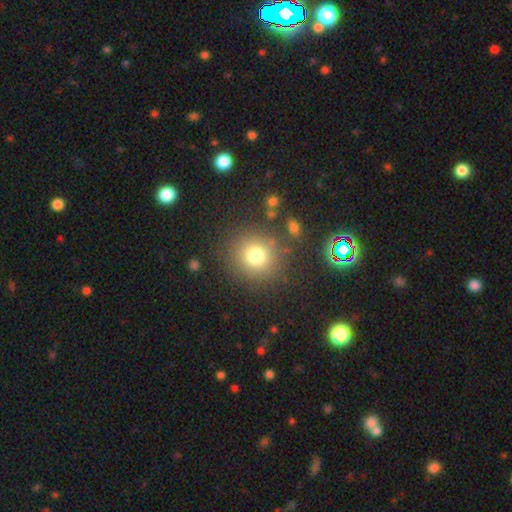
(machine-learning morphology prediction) Smooth or featured? smooth (76%)
How rounded? round (89%)
Merging? none (84%)